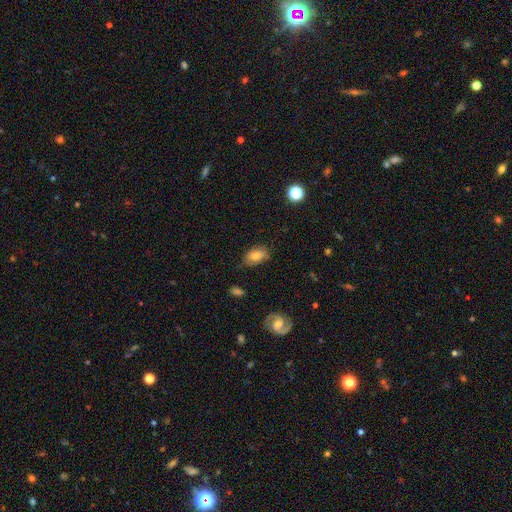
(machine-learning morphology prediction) smooth-or-featured: smooth: 75% | featured or disk: 16% | star or artifact: 9%
  how-rounded: in between: 87% | round: 11% | cigar-shaped: 2%
  merging: none: 66% | minor disturbance: 26% | major disturbance: 6% | merger: 2%